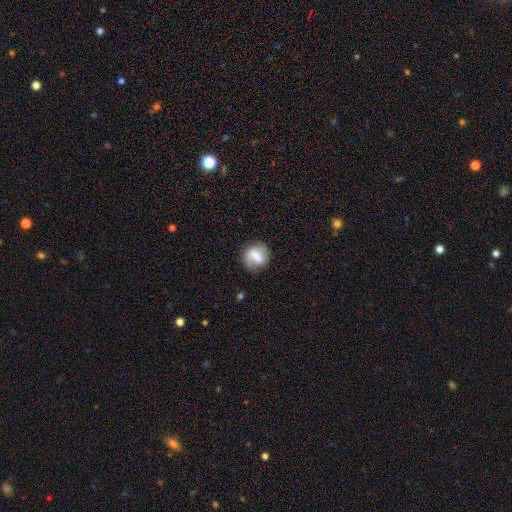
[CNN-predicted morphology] A smooth galaxy with no disk features (48%).

Vote fractions:
- Smooth or featured? smooth: 48% / featured or disk: 44% / star or artifact: 8%
- Merging? none: 69% / minor disturbance: 20% / major disturbance: 9% / merger: 2%